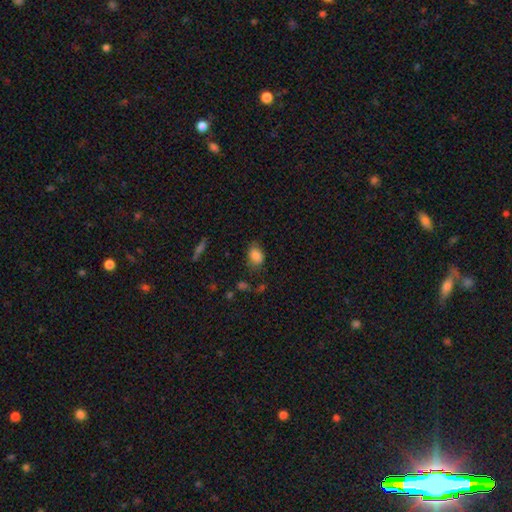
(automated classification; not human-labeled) Q: Smooth or featured?
A: smooth (84%); runner-up: star or artifact (9%)
Q: How rounded?
A: in between (76%); runner-up: round (22%)
Q: Merging?
A: none (62%); runner-up: minor disturbance (26%)